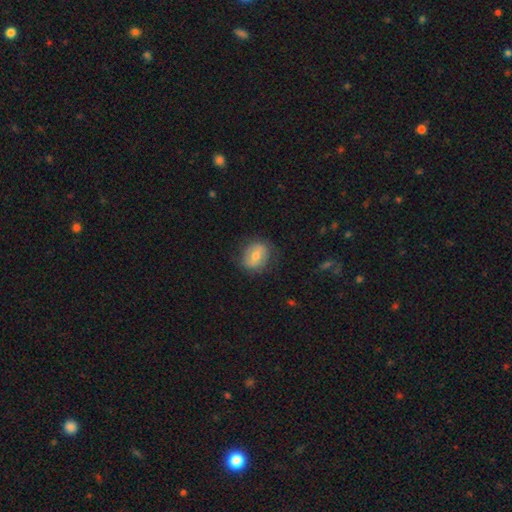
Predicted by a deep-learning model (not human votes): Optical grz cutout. It shows a smooth galaxy with no disk features (57%) that is round (52%). Merging: none (74%).